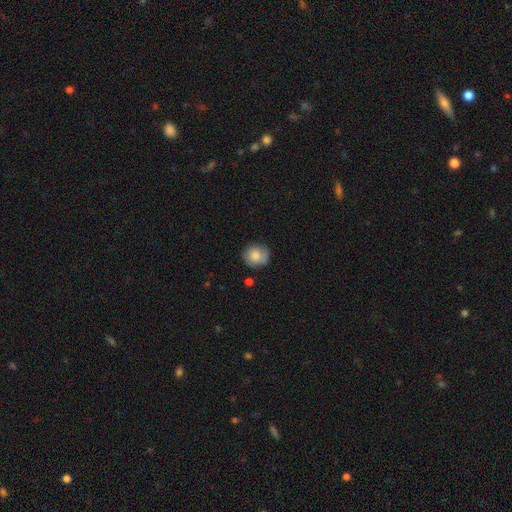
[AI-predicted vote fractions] Smooth or featured? Predicted: smooth (p=0.82). How rounded? Predicted: round (p=0.85). Merging? Predicted: none (p=0.78).